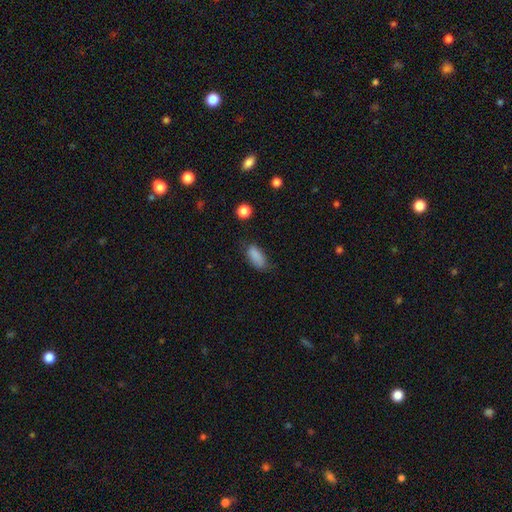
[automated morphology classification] Smooth or featured: smooth — 85% (star or artifact — 10%)
How rounded: in between — 85% (cigar-shaped — 11%)
Merging: none — 59% (minor disturbance — 30%)